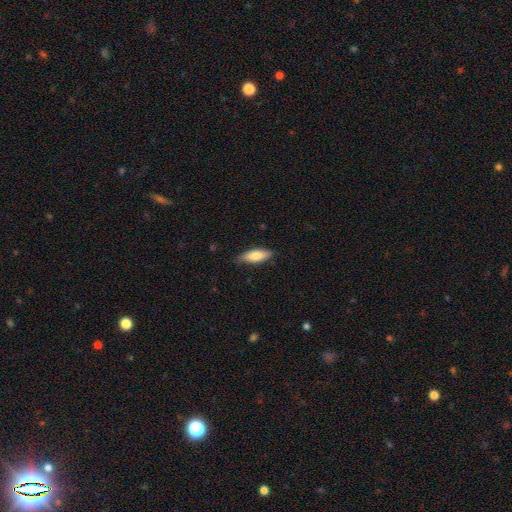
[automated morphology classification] smooth 80%, featured or disk 15%, star or artifact 6%. Down the decision tree: how rounded — in between (66%); merging — none (79%).